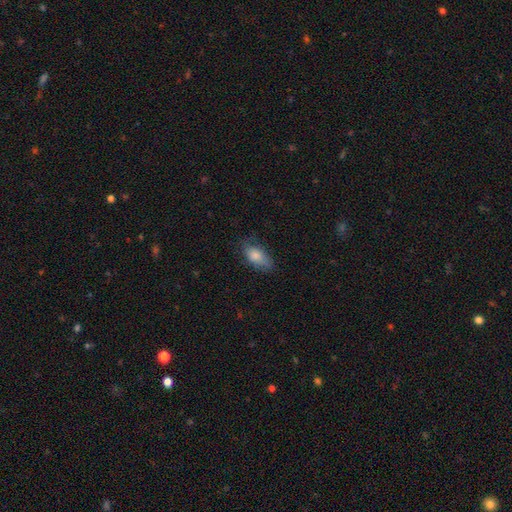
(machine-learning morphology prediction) Smooth or featured?
  - smooth: 79% *
  - featured or disk: 14%
  - star or artifact: 7%
How rounded?
  - in between: 89% *
  - cigar-shaped: 6%
  - round: 4%
Merging?
  - none: 63% *
  - minor disturbance: 27%
  - major disturbance: 9%
  - merger: 1%